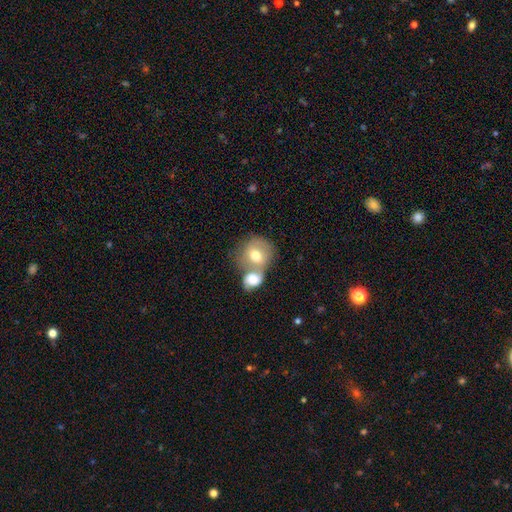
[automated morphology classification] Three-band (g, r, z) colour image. It shows a smooth galaxy with no disk features (64%) that is round (68%). Merging: merger (67%).